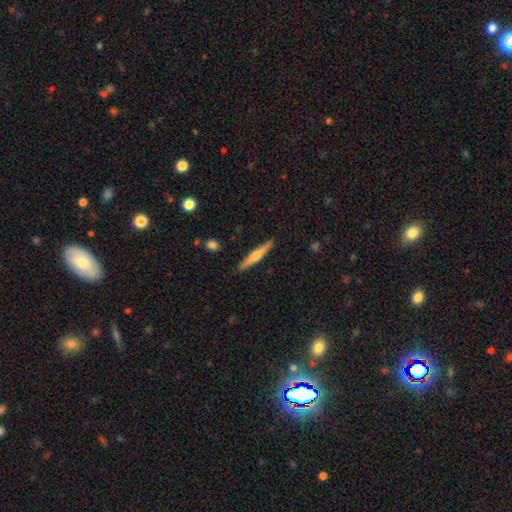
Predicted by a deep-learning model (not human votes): smooth-or-featured: featured or disk: 54% | smooth: 41% | star or artifact: 5%
  disk-edge-on: yes: 96% | no: 4%
    edge-on-bulge: rounded: 87% | none: 9% | boxy: 4%
  merging: none: 90% | minor disturbance: 7% | major disturbance: 1% | merger: 1%